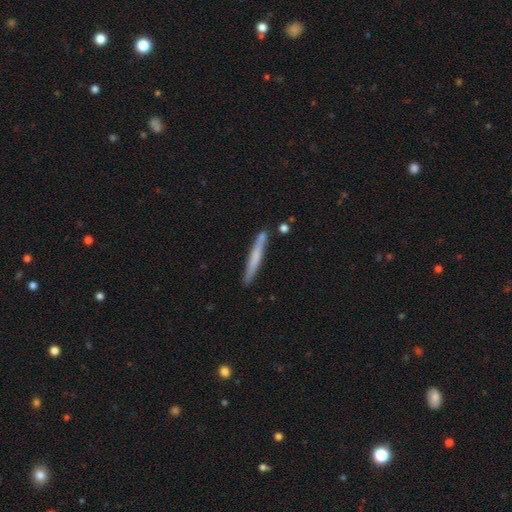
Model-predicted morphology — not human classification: This appears to be a smooth galaxy with no disk features (58%) that is cigar-shaped (97%). Merging: none (84%).